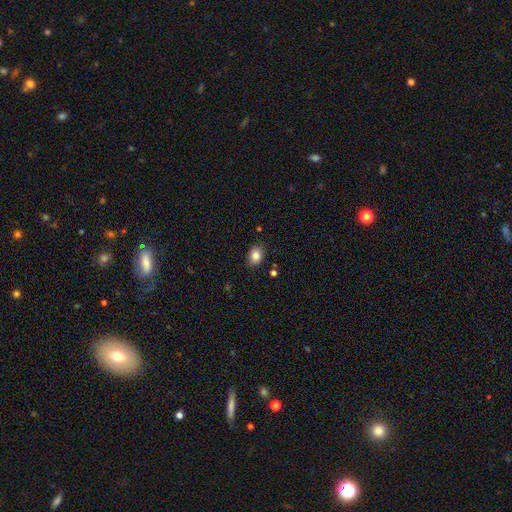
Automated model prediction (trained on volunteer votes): Smooth or featured: smooth — 84% (star or artifact — 10%)
How rounded: in between — 63% (round — 36%)
Merging: none — 85% (minor disturbance — 11%)